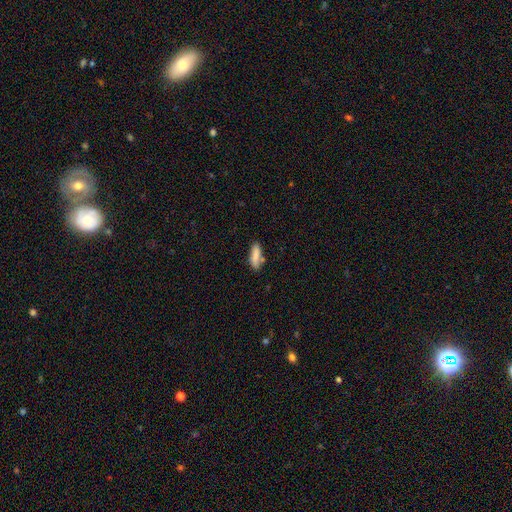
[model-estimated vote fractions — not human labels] smooth_or_featured: smooth (p=0.83) [alt: featured or disk p=0.10]
how_rounded: cigar-shaped (p=0.53) [alt: in between p=0.45]
merging: none (p=0.69) [alt: minor disturbance p=0.18]